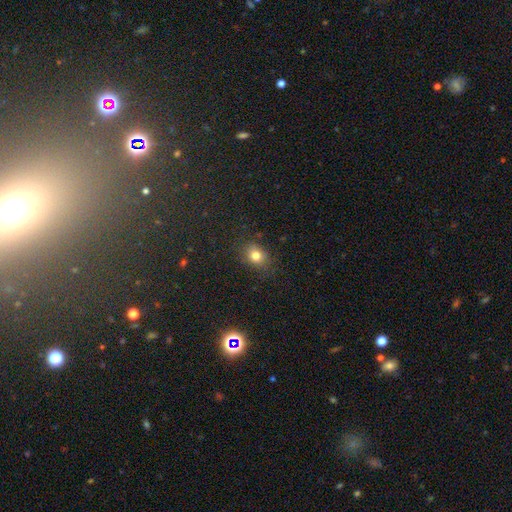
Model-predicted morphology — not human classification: smooth-or-featured: smooth: 78% | star or artifact: 15% | featured or disk: 8%
  how-rounded: round: 50% | in between: 49% | cigar-shaped: 1%
  merging: none: 81% | minor disturbance: 13% | major disturbance: 4% | merger: 2%